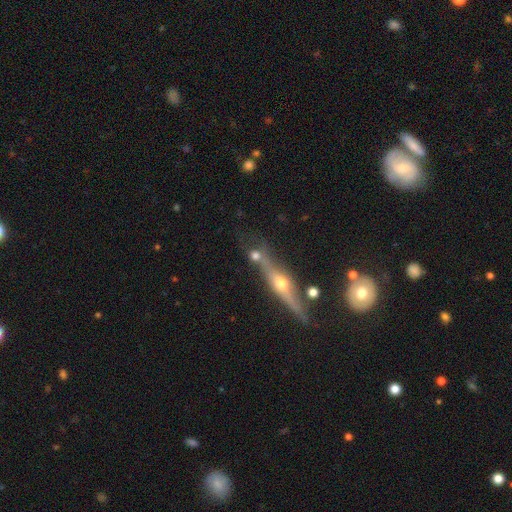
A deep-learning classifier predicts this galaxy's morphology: Overall: smooth (46%; featured or disk 40%). Merging: none (52%; merger 30%).